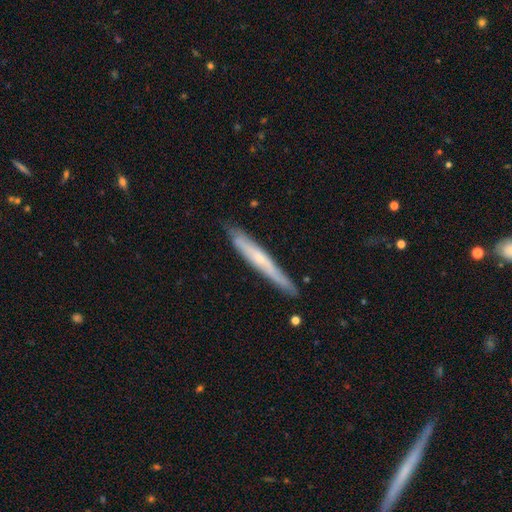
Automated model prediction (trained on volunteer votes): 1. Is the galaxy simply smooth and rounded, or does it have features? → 53% featured or disk, 39% smooth, 7% star or artifact.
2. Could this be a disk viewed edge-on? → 91% yes, 9% no.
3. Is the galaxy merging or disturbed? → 84% none, 12% minor disturbance, 2% major disturbance, 1% merger.